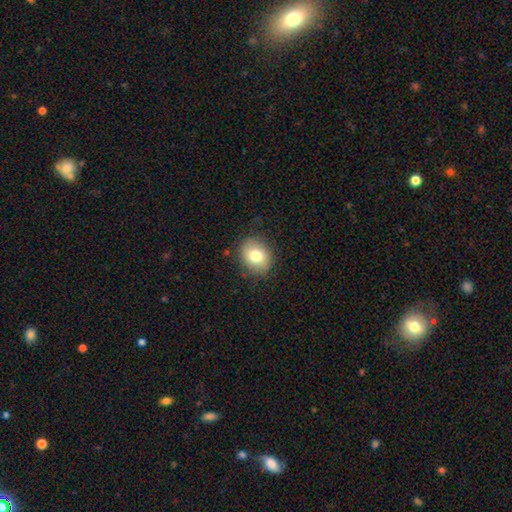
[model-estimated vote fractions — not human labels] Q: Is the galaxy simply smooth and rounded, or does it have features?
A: smooth — 77%.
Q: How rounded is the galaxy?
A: round — 63%.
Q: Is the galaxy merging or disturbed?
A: none — 84%.